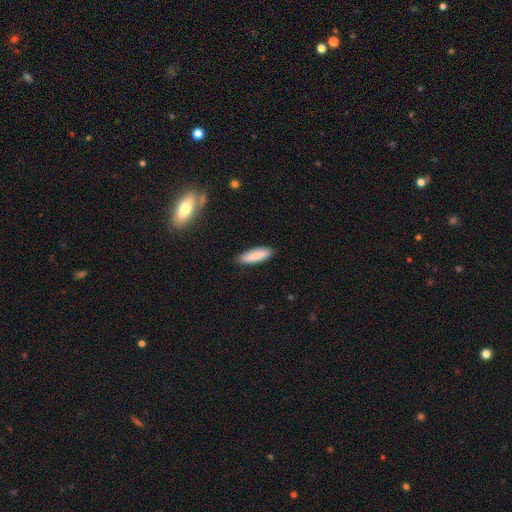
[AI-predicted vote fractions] The model was most divided on "how rounded": cigar-shaped: 52%, in between: 47%, round: 1%. More confident: merging — none (88%); smooth or featured — smooth (87%).